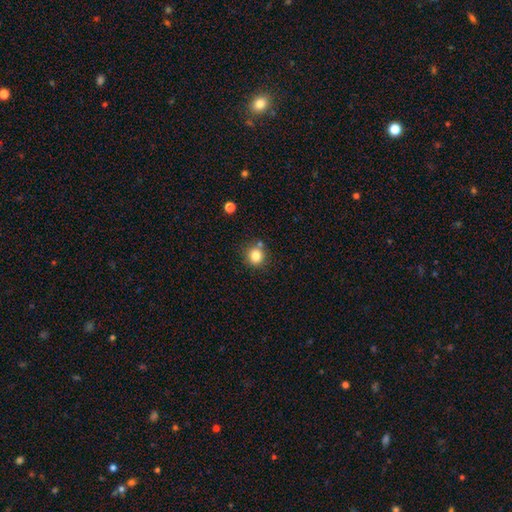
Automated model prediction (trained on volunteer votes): This appears to be a smooth galaxy with no disk features (82%) that is round (89%). Merging: none (76%).